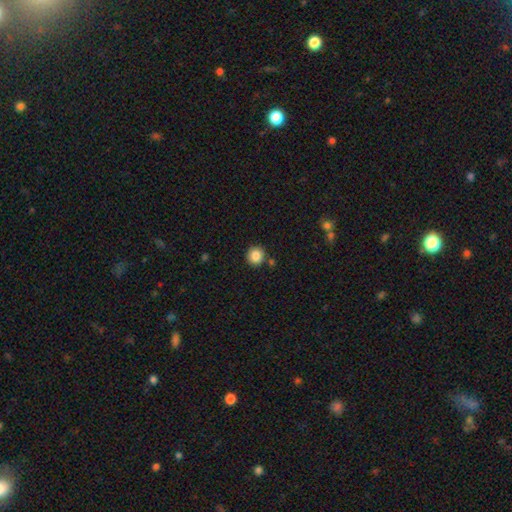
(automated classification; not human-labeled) smooth_or_featured: smooth (p=0.85) [alt: star or artifact p=0.10]
how_rounded: round (p=0.92) [alt: in between p=0.07]
merging: none (p=0.86) [alt: minor disturbance p=0.07]